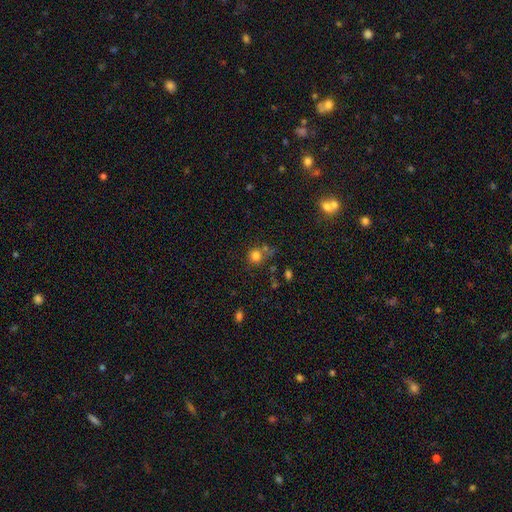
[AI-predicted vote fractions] The model was most divided on "merging": none: 60%, merger: 18%, minor disturbance: 15%, major disturbance: 7%. More confident: how rounded — round (88%); smooth or featured — smooth (79%).